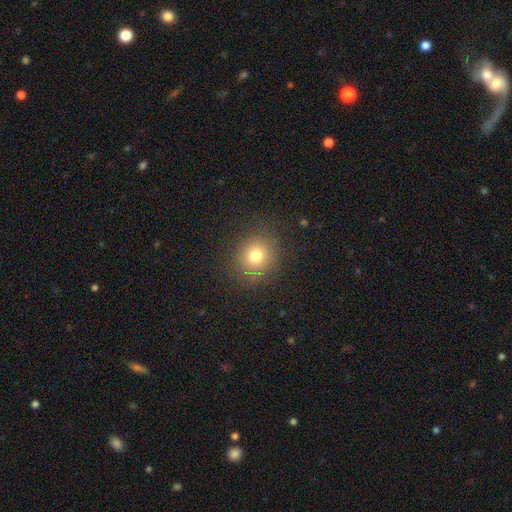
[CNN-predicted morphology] Smooth or featured?
  - smooth: 76% *
  - star or artifact: 14%
  - featured or disk: 9%
How rounded?
  - round: 78% *
  - in between: 22%
  - cigar-shaped: 1%
Merging?
  - none: 84% *
  - minor disturbance: 10%
  - major disturbance: 4%
  - merger: 1%